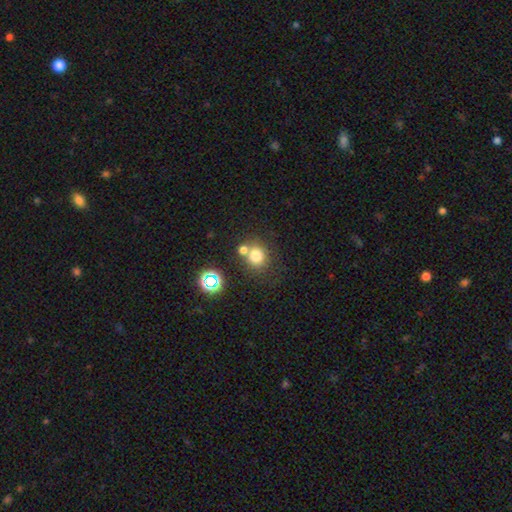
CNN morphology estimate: This is likely a smooth galaxy (75%). How rounded: clearly round (82%). Merging: possibly none (59%).